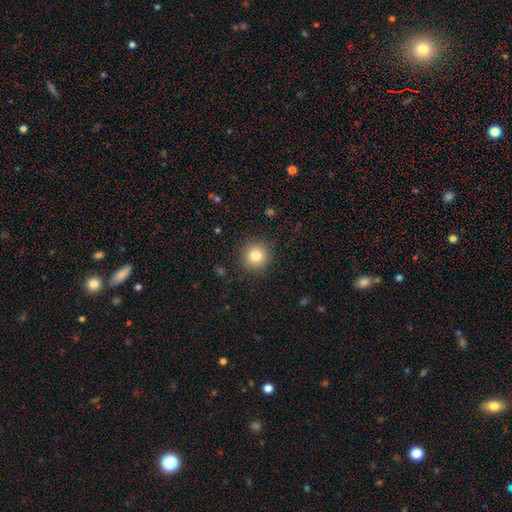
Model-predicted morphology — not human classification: A smooth galaxy with no disk features (81%) that is round (94%).

Vote fractions:
- Smooth or featured? smooth: 81% / star or artifact: 12% / featured or disk: 7%
- How rounded? round: 94% / in between: 5% / cigar-shaped: 1%
- Merging? none: 90% / minor disturbance: 6% / major disturbance: 2% / merger: 1%